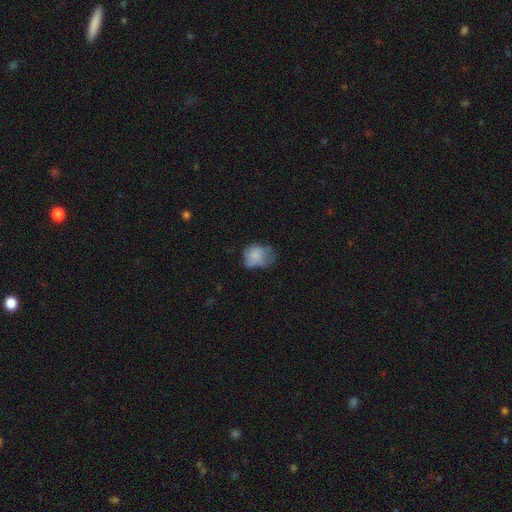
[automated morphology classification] A smooth galaxy with no disk features (71%) that is in between round and cigar-shaped (57%). Merging: minor disturbance (36%).